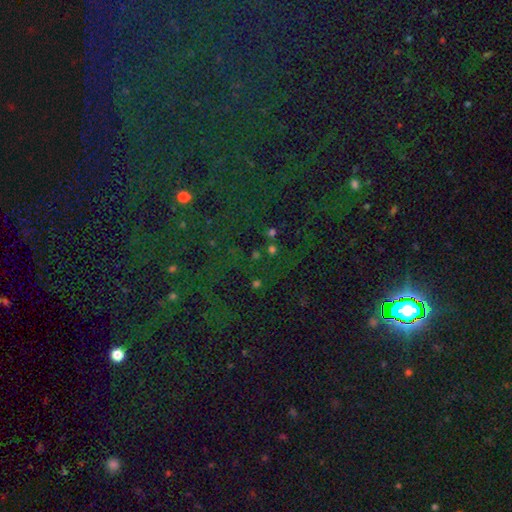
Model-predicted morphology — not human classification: A star or artifact, not a galaxy (69%).